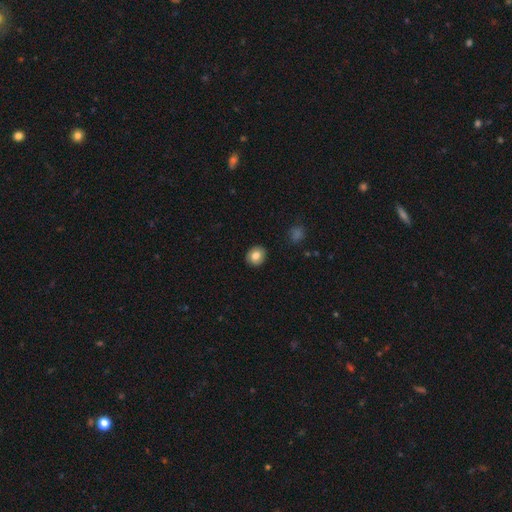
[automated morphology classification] A smooth galaxy with no disk features (80%) that is round (76%). Merging: none (89%).